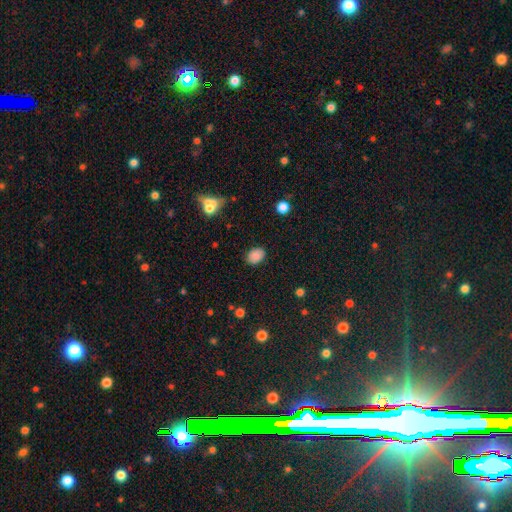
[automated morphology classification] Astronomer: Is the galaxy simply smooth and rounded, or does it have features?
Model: smooth — 85%.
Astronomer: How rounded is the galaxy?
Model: in between — 73%.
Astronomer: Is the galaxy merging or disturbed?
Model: none — 86%.